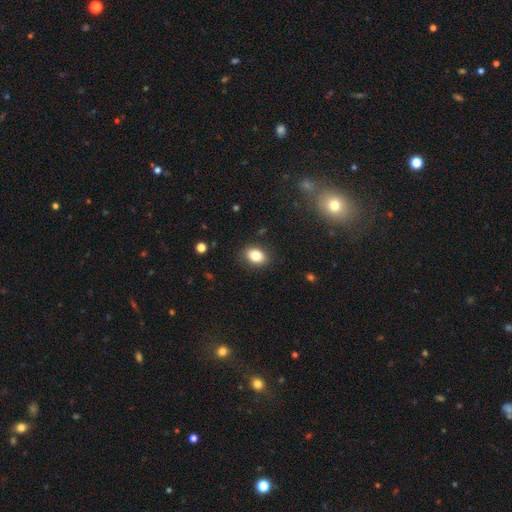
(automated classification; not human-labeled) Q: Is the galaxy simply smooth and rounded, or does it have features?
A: smooth — 83%.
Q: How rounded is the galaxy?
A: in between — 72%.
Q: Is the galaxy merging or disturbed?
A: none — 87%.